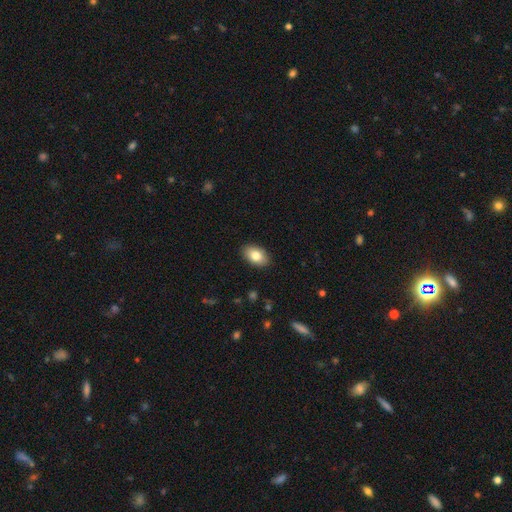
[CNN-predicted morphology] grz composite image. It shows a smooth galaxy with no disk features (82%) that is in between round and cigar-shaped (90%). Merging: none (89%).